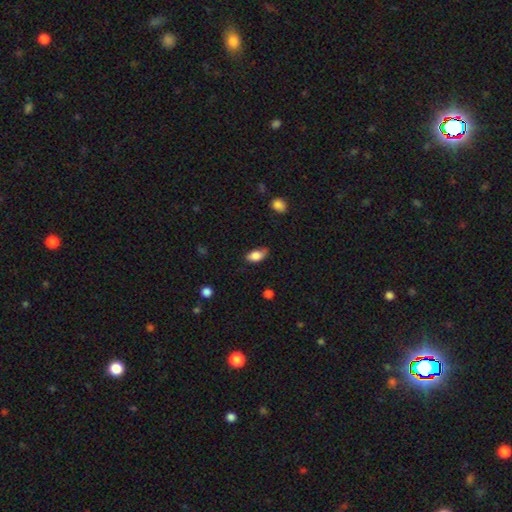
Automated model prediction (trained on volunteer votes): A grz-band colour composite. It shows a smooth galaxy with no disk features (82%) that is in between round and cigar-shaped (89%). Merging: none (57%).